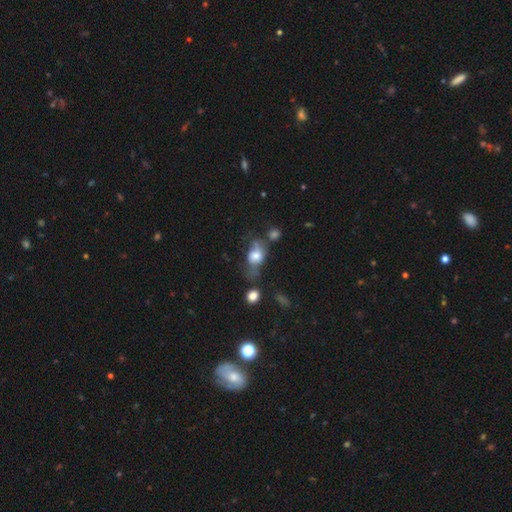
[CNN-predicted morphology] Smooth or featured: smooth — 61% (featured or disk — 29%)
How rounded: in between — 73% (round — 23%)
Merging: none — 31% (major disturbance — 27%)